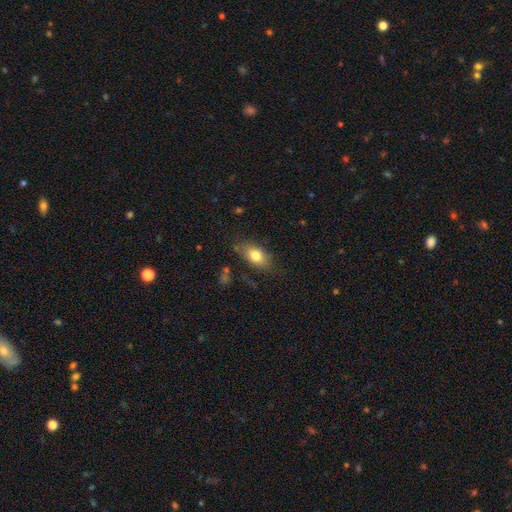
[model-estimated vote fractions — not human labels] This is likely a smooth galaxy (77%). How rounded: clearly in between (86%). Merging: likely none (74%).